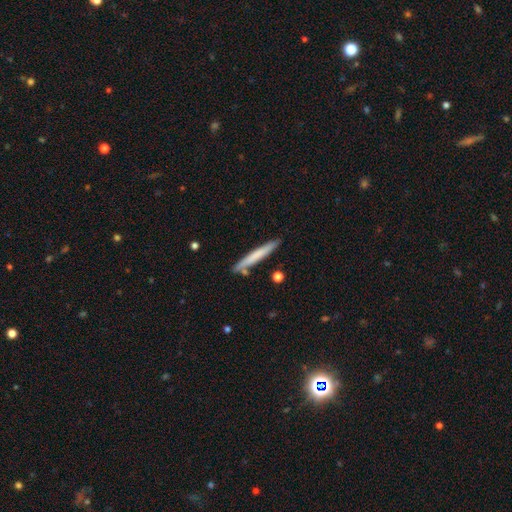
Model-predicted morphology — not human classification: Smooth or featured? smooth (65%)
How rounded? cigar-shaped (96%)
Merging? none (84%)